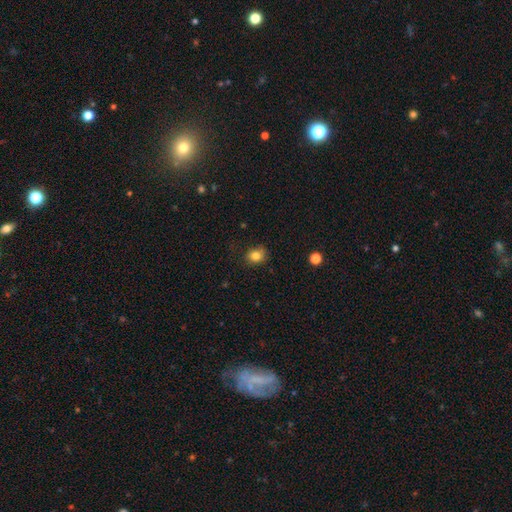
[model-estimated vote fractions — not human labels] Smooth or featured? smooth (82%)
How rounded? round (65%)
Merging? none (75%)